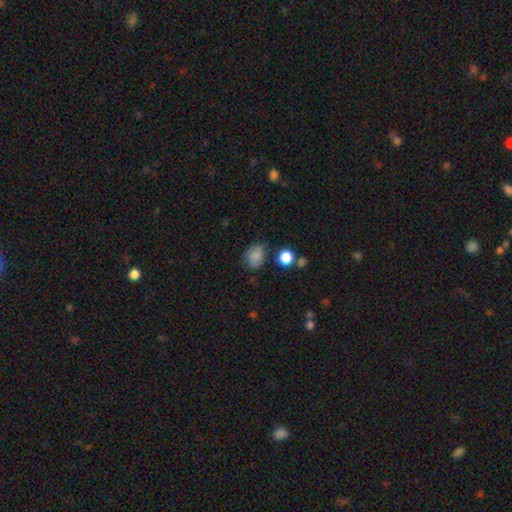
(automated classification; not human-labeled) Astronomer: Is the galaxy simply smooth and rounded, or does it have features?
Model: smooth — 82%.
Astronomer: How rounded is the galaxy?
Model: in between — 56% (runner-up: round, 43%).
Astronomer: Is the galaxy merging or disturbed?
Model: none — 68%.